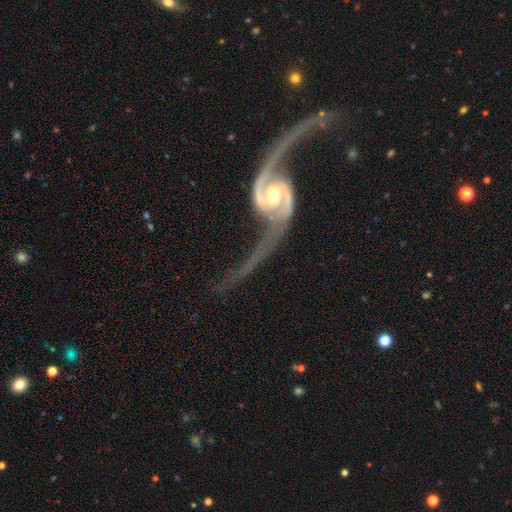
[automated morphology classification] A featured or disk galaxy (93%) with no bar (44%), 2 (94%) loose (77%) spiral arms (98%) and a moderate central bulge (48%). Merging: none (64%).